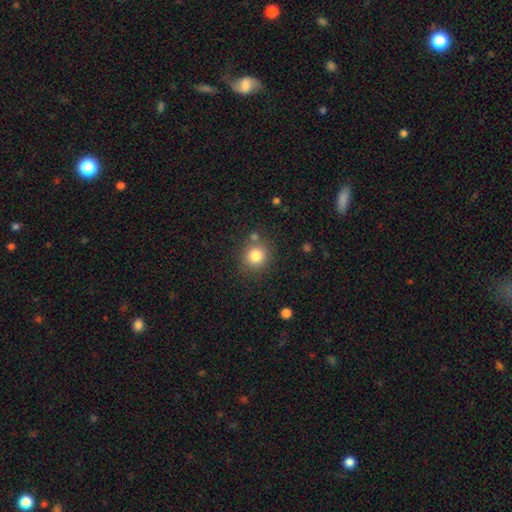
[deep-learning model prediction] Smooth or featured? smooth (82%)
How rounded? round (89%)
Merging? none (78%)